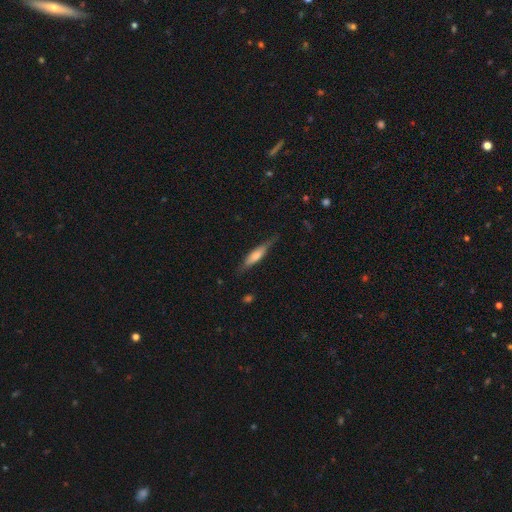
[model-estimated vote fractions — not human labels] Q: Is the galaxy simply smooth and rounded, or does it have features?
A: smooth — 50%.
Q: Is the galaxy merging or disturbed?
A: none — 76%.